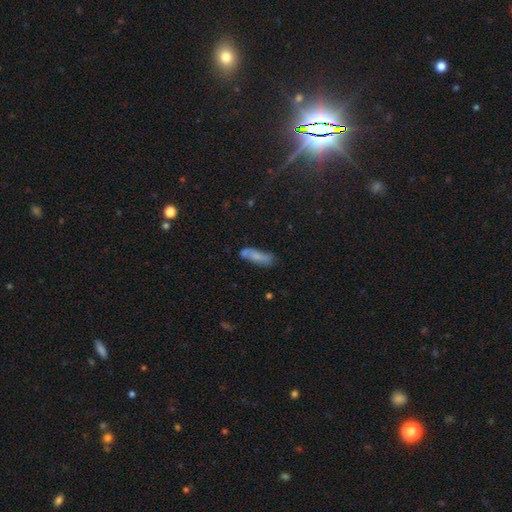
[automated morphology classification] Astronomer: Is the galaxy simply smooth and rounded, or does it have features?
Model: smooth — 62%.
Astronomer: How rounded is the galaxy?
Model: cigar-shaped — 55% (runner-up: in between, 42%).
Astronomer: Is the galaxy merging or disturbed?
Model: none — 62%.